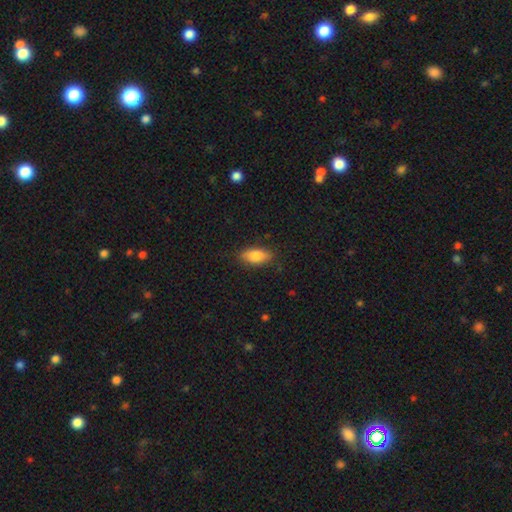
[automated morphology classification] smooth 80%, featured or disk 12%, star or artifact 7%. Down the decision tree: how rounded — in between (84%); merging — none (83%).